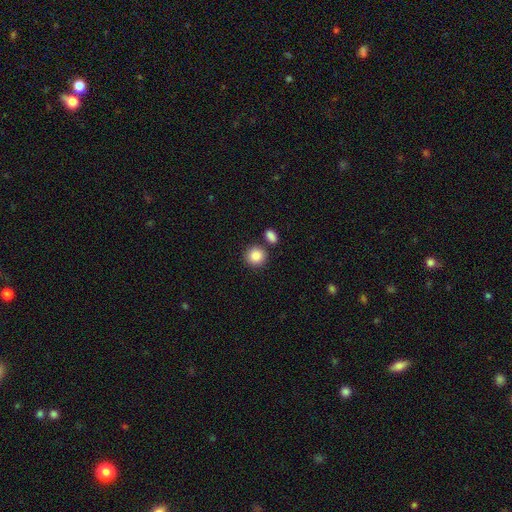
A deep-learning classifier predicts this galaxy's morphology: The model was most divided on "merging": none: 78%, merger: 11%, minor disturbance: 9%, major disturbance: 3%. More confident: smooth or featured — smooth (88%); how rounded — round (88%).